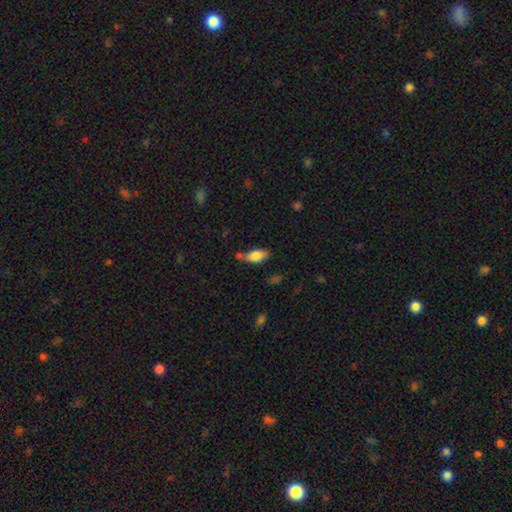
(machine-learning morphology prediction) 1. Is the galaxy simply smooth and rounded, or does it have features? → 84% smooth, 9% featured or disk, 7% star or artifact.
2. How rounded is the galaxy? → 89% in between, 8% cigar-shaped, 3% round.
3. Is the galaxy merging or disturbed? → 65% none, 19% minor disturbance, 11% merger, 5% major disturbance.